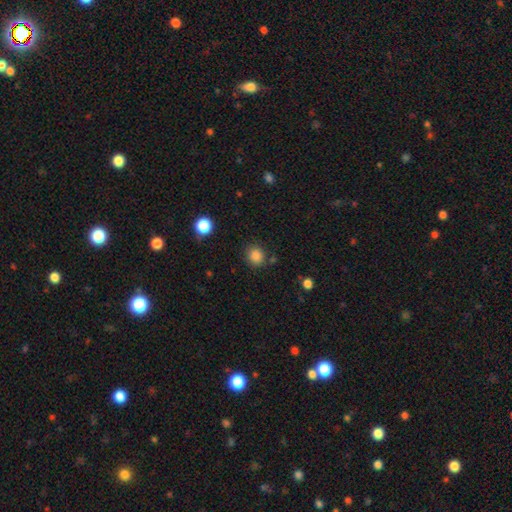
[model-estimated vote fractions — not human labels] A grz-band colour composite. It shows a smooth galaxy with no disk features (85%) that is round (78%). Merging: none (83%).